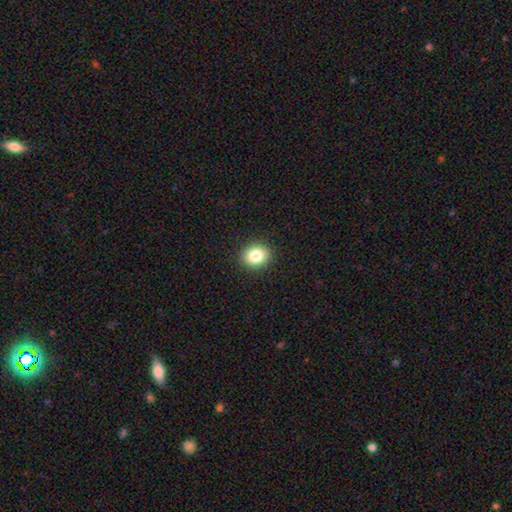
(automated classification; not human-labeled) The model was most divided on "how rounded": round: 64%, in between: 36%, cigar-shaped: 1%. More confident: merging — none (91%); smooth or featured — smooth (83%).